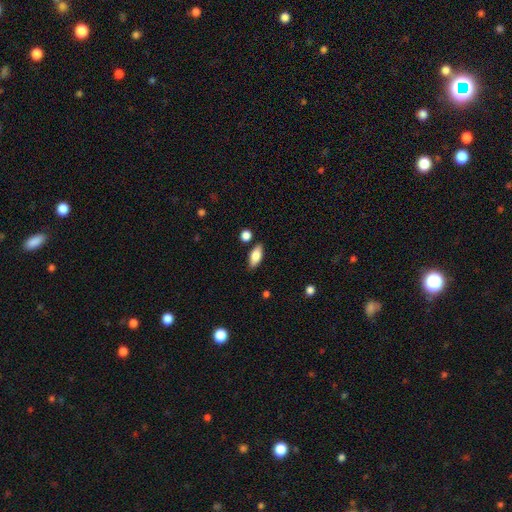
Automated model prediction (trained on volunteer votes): Smooth or featured? Predicted: smooth (p=0.79). How rounded? Predicted: in between (p=0.83). Merging? Predicted: none (p=0.83).